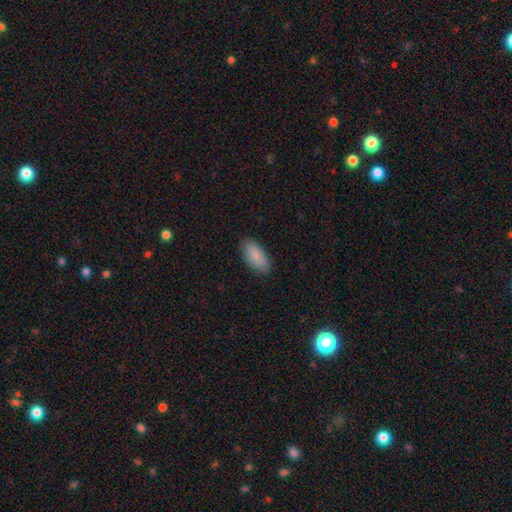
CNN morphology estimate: The model was most divided on "merging": none: 83%, minor disturbance: 13%, major disturbance: 3%, merger: 1%. More confident: how rounded — in between (92%); smooth or featured — smooth (86%).